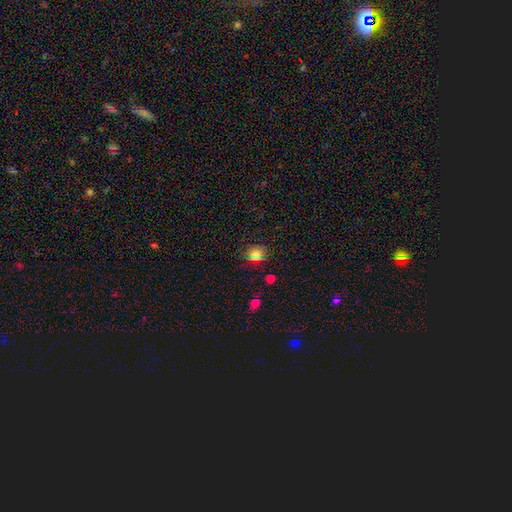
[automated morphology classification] A smooth galaxy with no disk features (67%) that is round (84%).

Vote fractions:
- Smooth or featured? smooth: 67% / star or artifact: 25% / featured or disk: 8%
- How rounded? round: 84% / in between: 15% / cigar-shaped: 1%
- Merging? none: 84% / minor disturbance: 10% / major disturbance: 3% / merger: 3%